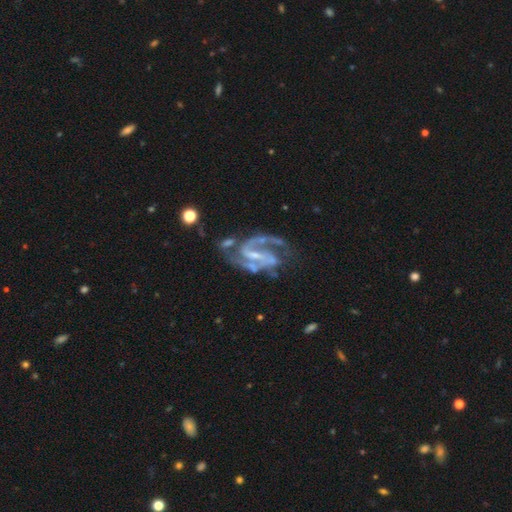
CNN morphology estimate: The model was most divided on "bar": strong: 47%, weak: 39%, no: 14%. More confident: spiral arms — yes (98%); edge-on disk — no (98%); smooth or featured — featured or disk (92%); spiral arm count — 2 (89%); bulge size — small (63%); spiral winding — medium (62%); merging — none (54%).